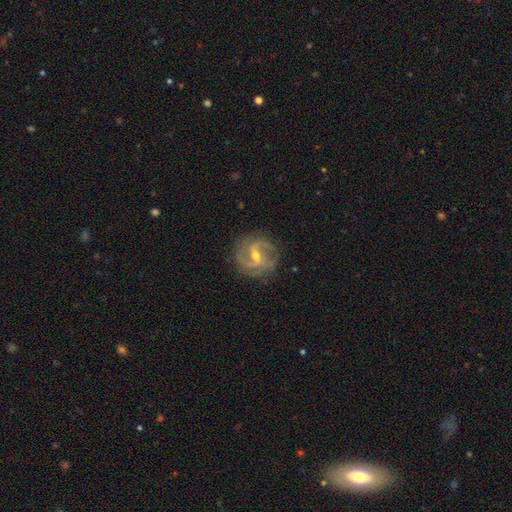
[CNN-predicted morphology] Smooth or featured?
  - featured or disk: 85% *
  - smooth: 9%
  - star or artifact: 6%
Edge-on disk?
  - no: 97% *
  - yes: 3%
Bar?
  - weak: 51% *
  - strong: 31%
  - no: 18%
Spiral arms?
  - yes: 94% *
  - no: 6%
Spiral winding?
  - medium: 48% *
  - tight: 31%
  - loose: 21%
Spiral arm count?
  - 2: 59% *
  - 3: 17%
  - can't tell: 14%
  - 4: 4%
  - 1: 4%
  - more than 4: 3%
Bulge size?
  - moderate: 54% *
  - small: 43%
  - large: 2%
  - none: 1%
  - dominant: 1%
Merging?
  - none: 79% *
  - minor disturbance: 14%
  - major disturbance: 6%
  - merger: 1%